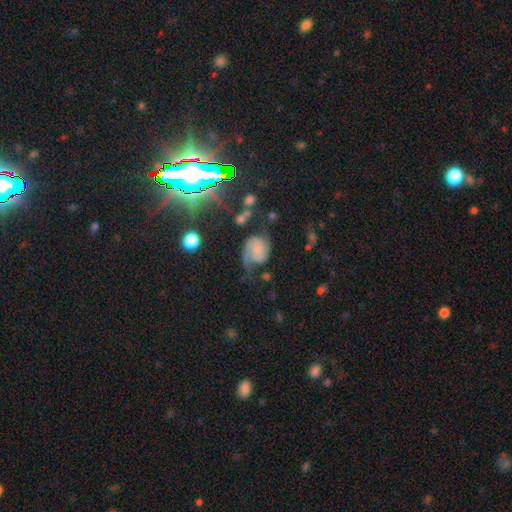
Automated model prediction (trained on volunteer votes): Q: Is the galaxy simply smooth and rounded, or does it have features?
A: featured or disk — 67%.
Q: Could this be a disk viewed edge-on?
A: no — 98%.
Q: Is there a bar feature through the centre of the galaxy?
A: no — 66%.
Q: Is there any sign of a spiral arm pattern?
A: yes — 94%.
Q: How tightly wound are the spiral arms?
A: medium — 44%.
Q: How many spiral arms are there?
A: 2 — 67%.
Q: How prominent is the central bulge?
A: none — 46%.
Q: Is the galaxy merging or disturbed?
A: none — 43%.